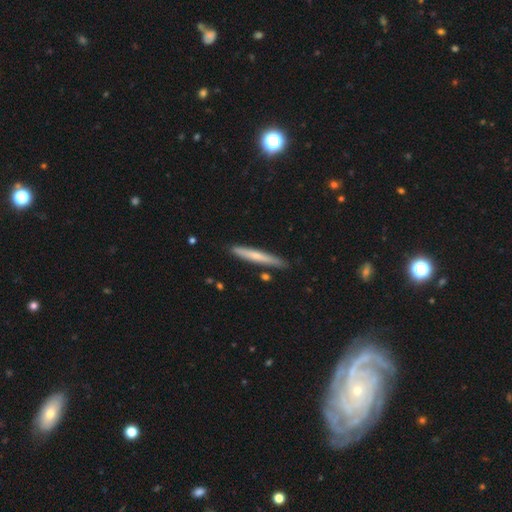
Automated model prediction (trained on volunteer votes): Overall: smooth (57%; featured or disk 37%). How rounded: cigar-shaped (96%). Merging: none (86%).